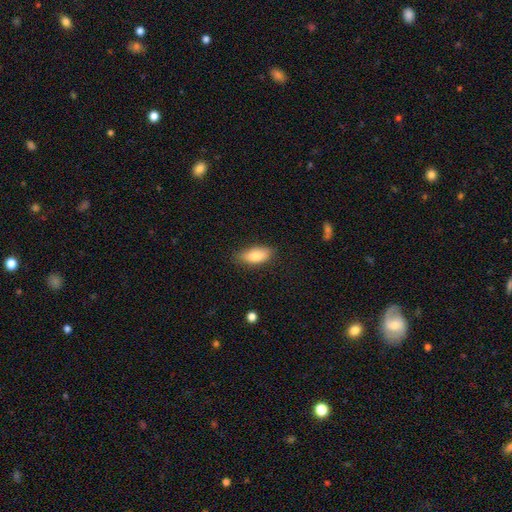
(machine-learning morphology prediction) smooth_or_featured: smooth (p=0.83) [alt: featured or disk p=0.10]
how_rounded: in between (p=0.82) [alt: cigar-shaped p=0.15]
merging: none (p=0.78) [alt: minor disturbance p=0.17]